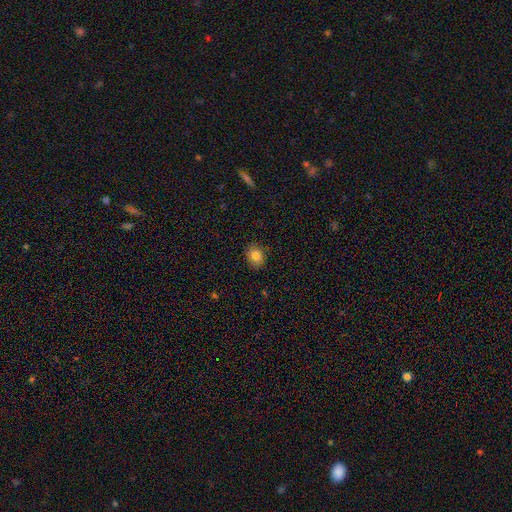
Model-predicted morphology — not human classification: Smooth or featured? smooth (83%)
How rounded? round (50%)
Merging? none (86%)